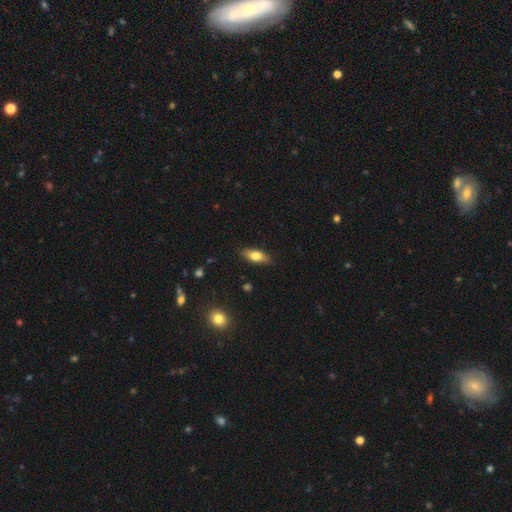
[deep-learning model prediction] Smooth or featured: smooth — 74% (featured or disk — 19%)
How rounded: in between — 77% (cigar-shaped — 19%)
Merging: none — 85% (minor disturbance — 12%)